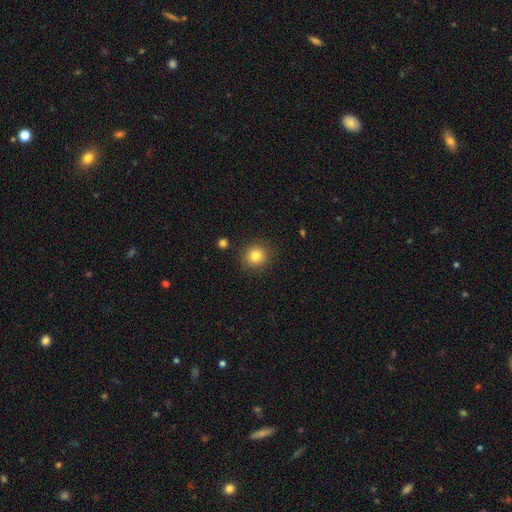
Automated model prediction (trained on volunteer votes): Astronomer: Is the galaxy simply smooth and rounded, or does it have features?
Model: smooth — 83%.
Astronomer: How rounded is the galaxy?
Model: round — 91%.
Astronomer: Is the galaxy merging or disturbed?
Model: none — 89%.